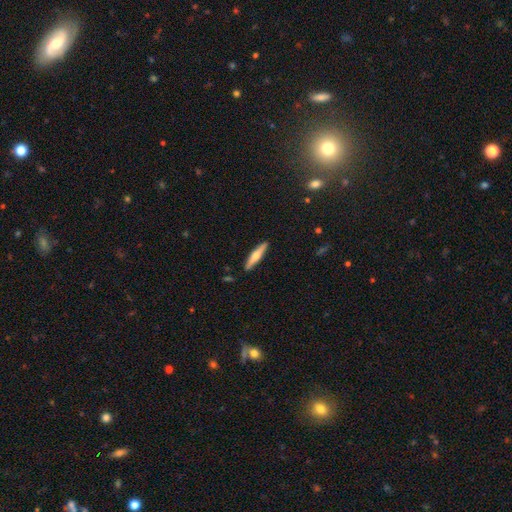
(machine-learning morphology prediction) A smooth galaxy with no disk features (48%).

Vote fractions:
- Smooth or featured? smooth: 48% / featured or disk: 47% / star or artifact: 5%
- Merging? none: 90% / minor disturbance: 7% / major disturbance: 1% / merger: 1%